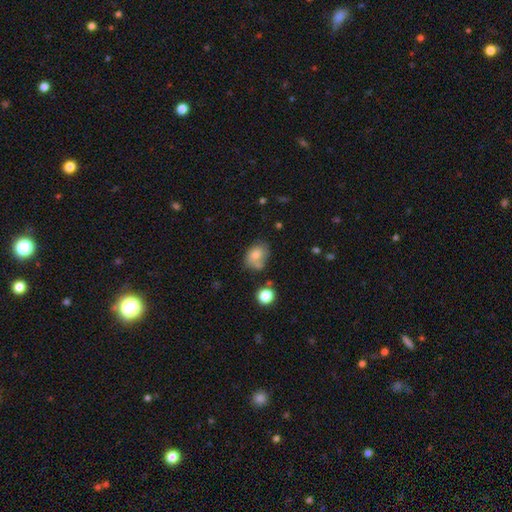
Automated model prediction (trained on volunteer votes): This is likely a smooth galaxy (77%). How rounded: likely in between (65%). Merging: possibly none (49%).